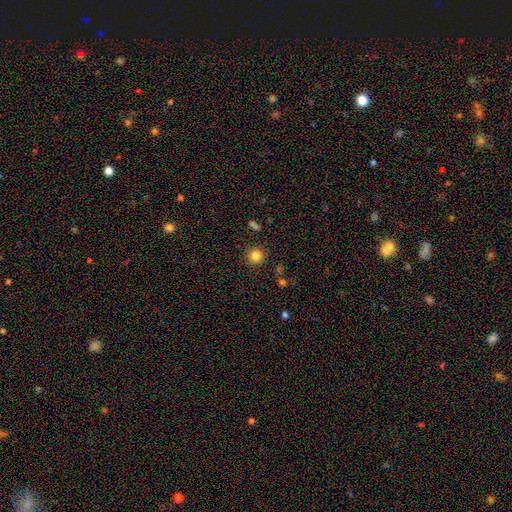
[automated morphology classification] This appears to be a smooth galaxy with no disk features (83%) that is round (94%). Merging: none (90%).